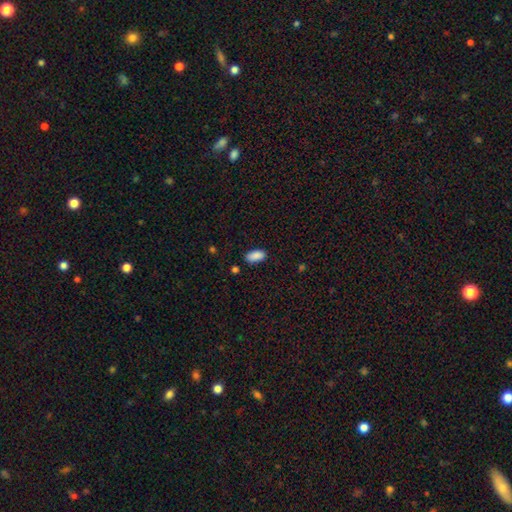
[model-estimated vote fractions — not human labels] Smooth or featured? Predicted: smooth (p=0.89). How rounded? Predicted: in between (p=0.91). Merging? Predicted: none (p=0.84).